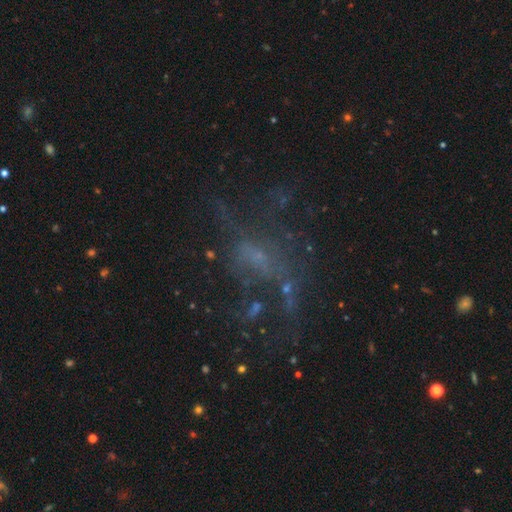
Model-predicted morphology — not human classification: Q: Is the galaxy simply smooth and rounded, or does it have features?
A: featured or disk — 51%.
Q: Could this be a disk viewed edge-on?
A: no — 94%.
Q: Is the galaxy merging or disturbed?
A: none — 40%.